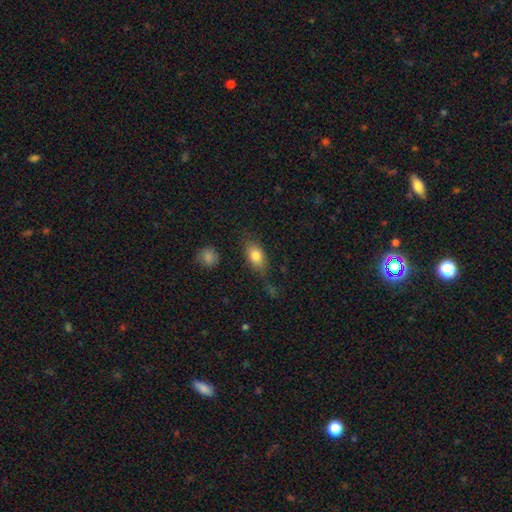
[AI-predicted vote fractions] Smooth or featured? Predicted: smooth (p=0.80). How rounded? Predicted: in between (p=0.85). Merging? Predicted: none (p=0.71).